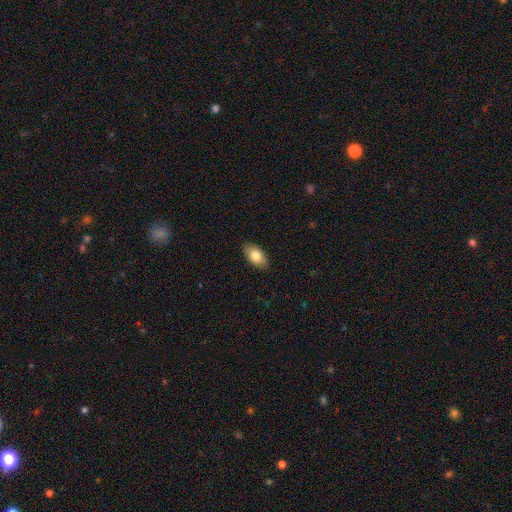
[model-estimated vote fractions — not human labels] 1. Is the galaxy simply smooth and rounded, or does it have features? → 81% smooth, 13% featured or disk, 7% star or artifact.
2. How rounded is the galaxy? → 93% in between, 5% round, 3% cigar-shaped.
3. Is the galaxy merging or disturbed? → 88% none, 9% minor disturbance, 2% major disturbance, 1% merger.